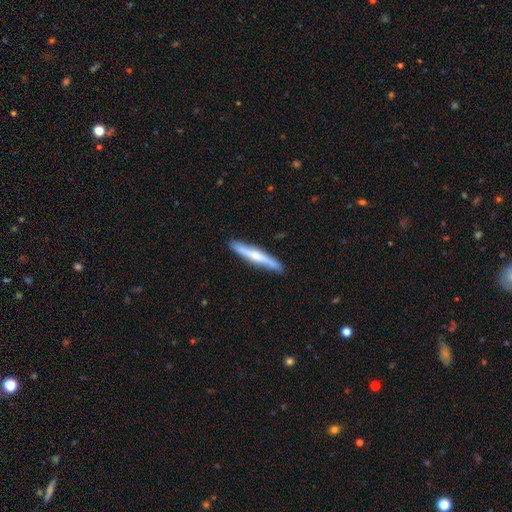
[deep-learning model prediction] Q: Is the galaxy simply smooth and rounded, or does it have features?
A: featured or disk — 49%.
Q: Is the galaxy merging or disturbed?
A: none — 87%.